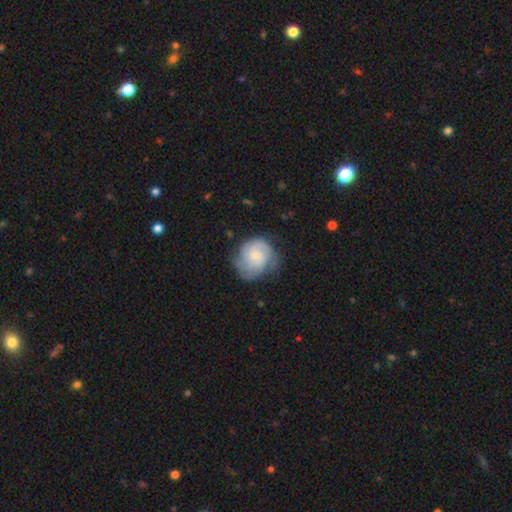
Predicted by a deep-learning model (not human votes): Smooth or featured? featured or disk (73%)
Edge-on disk? no (98%)
Bar? no (65%)
Spiral arms? yes (95%)
Spiral winding? tight (53%)
Spiral arm count? 3 (30%)
Bulge size? small (57%)
Merging? none (66%)